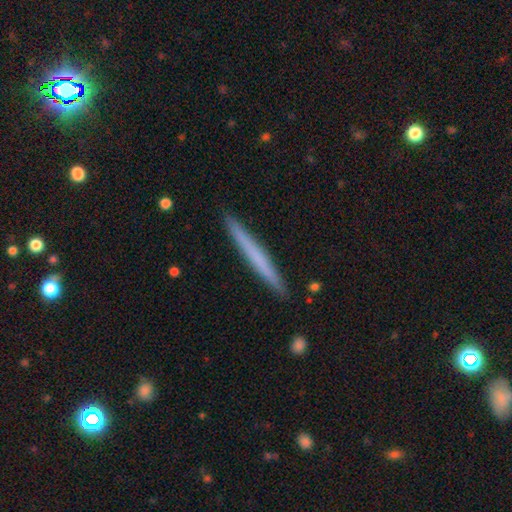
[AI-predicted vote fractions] Morphology: type=smooth (58%); roundness=cigar-shaped (97%); merging=none (92%).